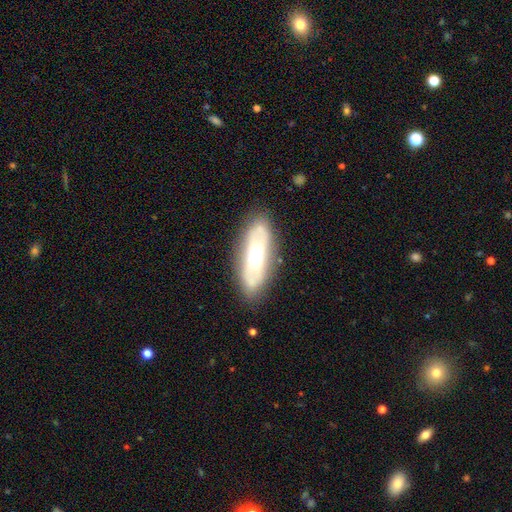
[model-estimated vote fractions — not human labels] Smooth or featured? Predicted: featured or disk (p=0.54). Edge-on disk? Predicted: no (p=0.76). Merging? Predicted: none (p=0.79).